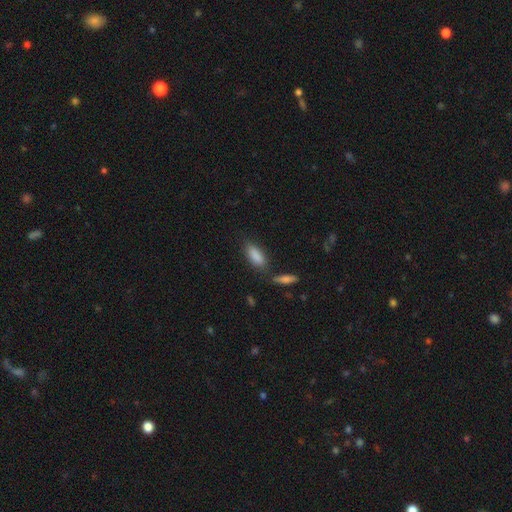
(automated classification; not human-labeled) A smooth galaxy with no disk features (85%) that is in between round and cigar-shaped (75%). Merging: none (73%).